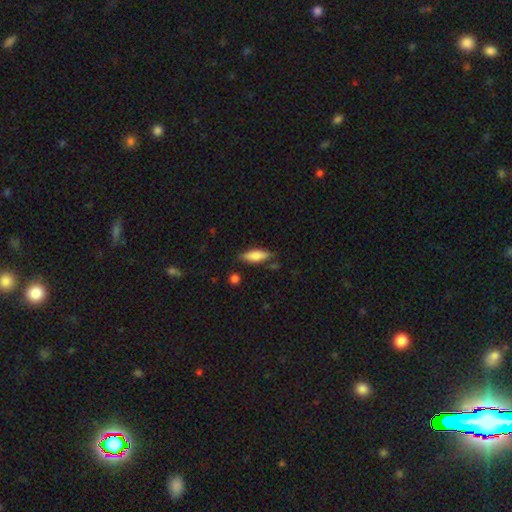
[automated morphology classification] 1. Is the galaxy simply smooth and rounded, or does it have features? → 72% smooth, 21% featured or disk, 7% star or artifact.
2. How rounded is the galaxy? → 55% in between, 42% cigar-shaped, 2% round.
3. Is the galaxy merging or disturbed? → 76% none, 17% minor disturbance, 4% major disturbance, 3% merger.